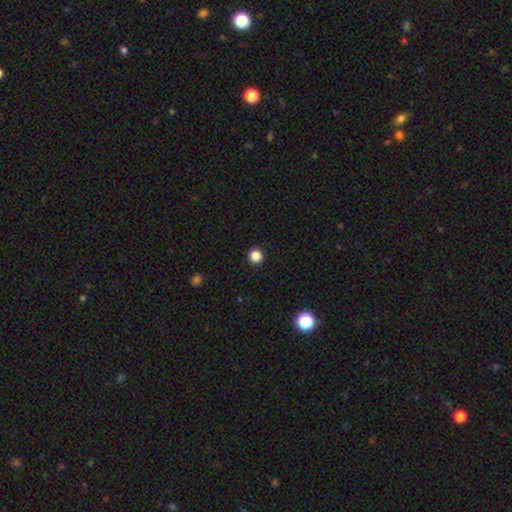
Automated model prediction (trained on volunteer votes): Smooth or featured: smooth — 86% (star or artifact — 12%)
How rounded: round — 95% (in between — 4%)
Merging: none — 93% (minor disturbance — 4%)